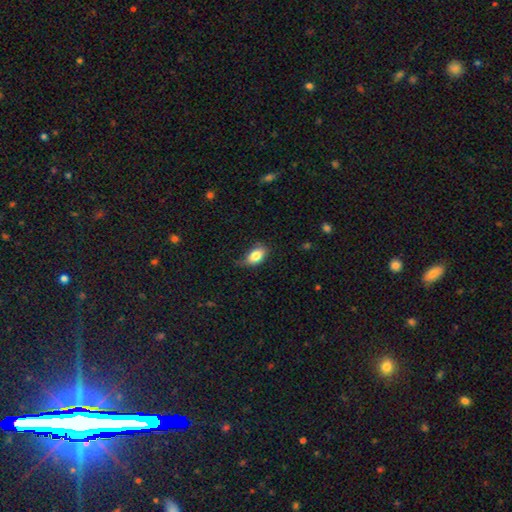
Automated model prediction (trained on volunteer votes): The model was most divided on "merging": none: 57%, minor disturbance: 32%, major disturbance: 9%, merger: 2%. More confident: how rounded — in between (88%); smooth or featured — smooth (83%).